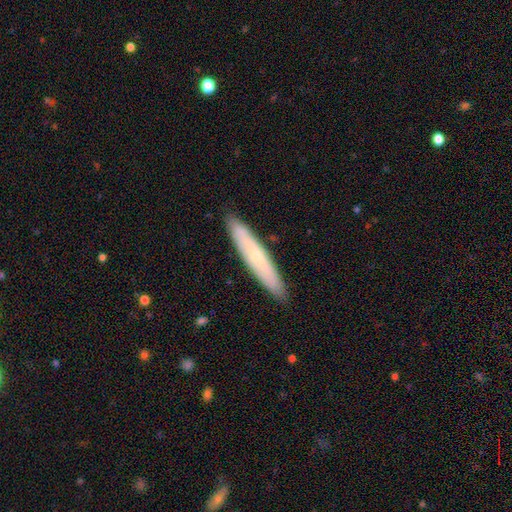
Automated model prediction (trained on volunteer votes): Smooth or featured: smooth — 51% (featured or disk — 43%)
How rounded: cigar-shaped — 91% (in between — 8%)
Merging: none — 90% (minor disturbance — 8%)